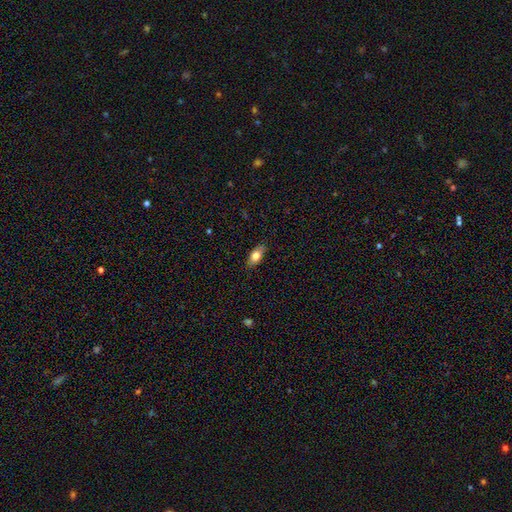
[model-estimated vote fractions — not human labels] A smooth galaxy with no disk features (77%) that is in between round and cigar-shaped (86%). Merging: none (86%).